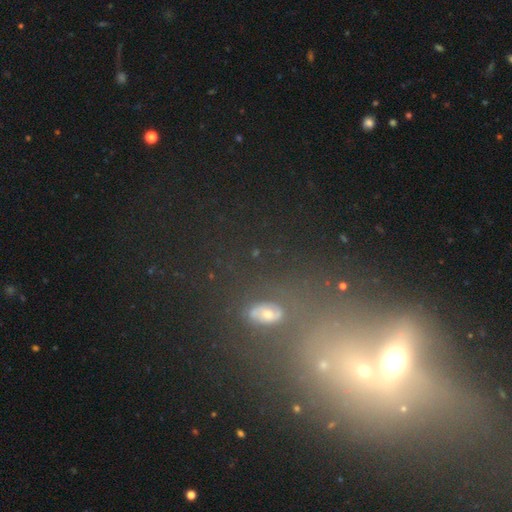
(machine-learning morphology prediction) This appears to be a star or artifact, not a galaxy (52%).